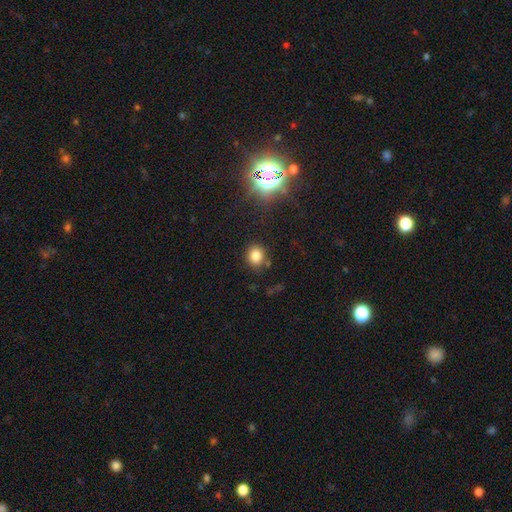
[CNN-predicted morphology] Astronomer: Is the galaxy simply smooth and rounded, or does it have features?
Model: smooth — 81%.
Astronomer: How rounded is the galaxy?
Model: round — 70%.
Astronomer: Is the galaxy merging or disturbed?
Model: none — 82%.